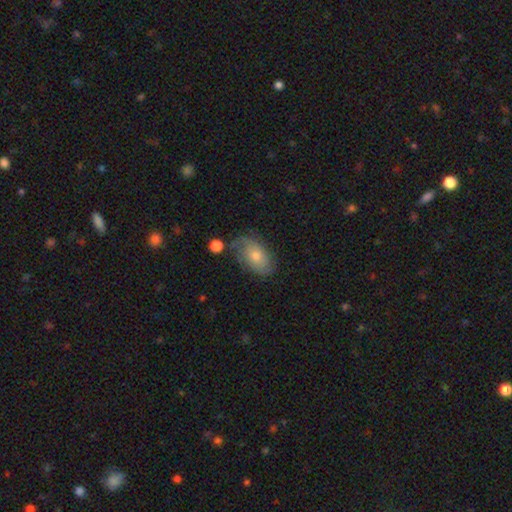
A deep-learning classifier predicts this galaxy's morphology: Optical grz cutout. It shows a smooth galaxy with no disk features (48%). Merging: none (64%).